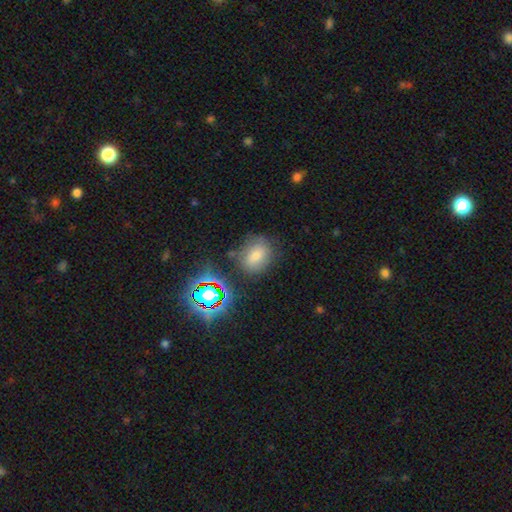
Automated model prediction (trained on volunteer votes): This appears to be a smooth galaxy with no disk features (59%) that is round (50%). Merging: none (72%).